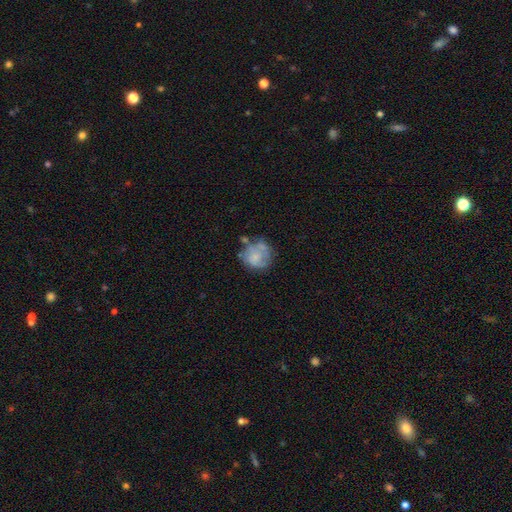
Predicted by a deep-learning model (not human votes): A smooth galaxy with no disk features (48%). Merging: none (48%).